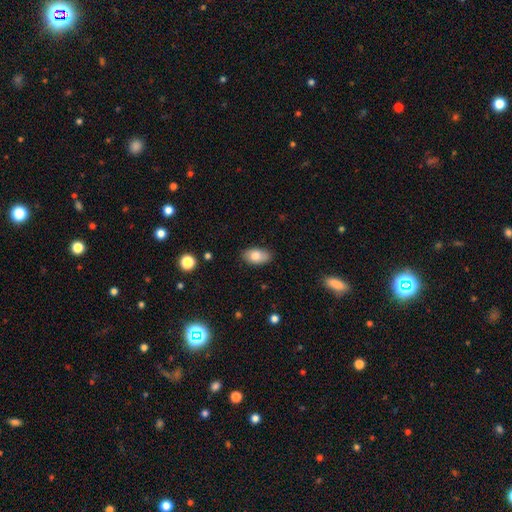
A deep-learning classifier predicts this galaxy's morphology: Smooth or featured? smooth (82%)
How rounded? in between (92%)
Merging? none (83%)